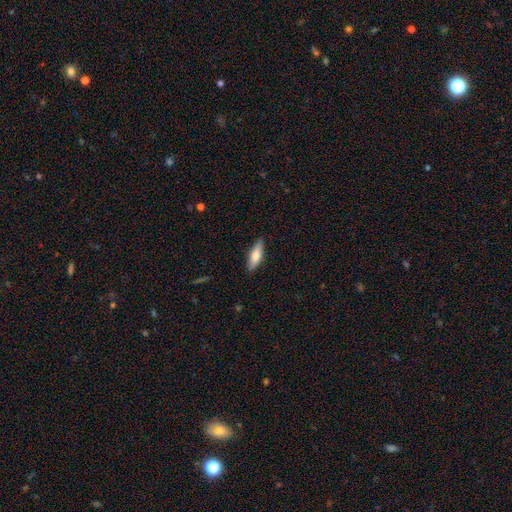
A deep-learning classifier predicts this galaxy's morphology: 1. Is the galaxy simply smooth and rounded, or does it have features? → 72% smooth, 22% featured or disk, 6% star or artifact.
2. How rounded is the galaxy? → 51% cigar-shaped, 47% in between, 2% round.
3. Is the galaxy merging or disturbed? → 87% none, 10% minor disturbance, 2% major disturbance, 1% merger.